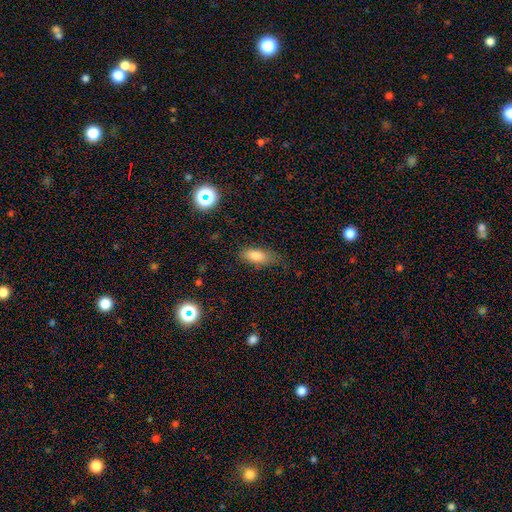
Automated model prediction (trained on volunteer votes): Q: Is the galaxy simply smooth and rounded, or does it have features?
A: smooth — 80%.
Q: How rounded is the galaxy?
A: in between — 79%.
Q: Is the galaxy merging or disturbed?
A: none — 67%.